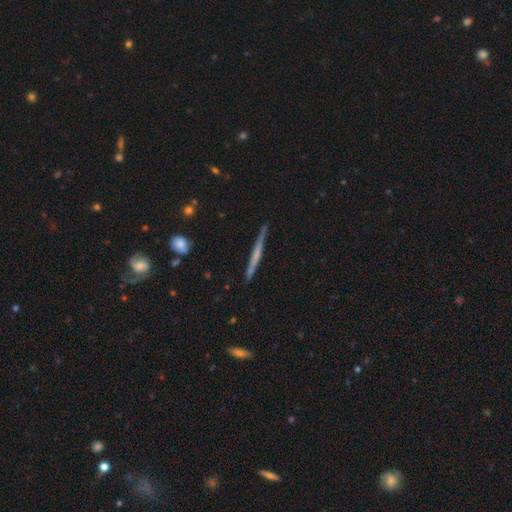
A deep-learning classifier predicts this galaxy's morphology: smooth-or-featured: featured or disk: 57% | smooth: 37% | star or artifact: 6%
  disk-edge-on: yes: 97% | no: 3%
    edge-on-bulge: none: 74% | rounded: 16% | boxy: 9%
  merging: none: 88% | minor disturbance: 9% | major disturbance: 2% | merger: 2%